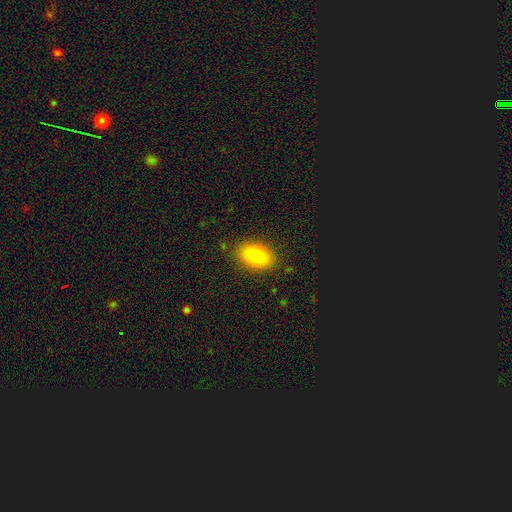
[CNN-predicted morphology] Overall: smooth (81%). How rounded: in between (87%). Merging: none (86%).